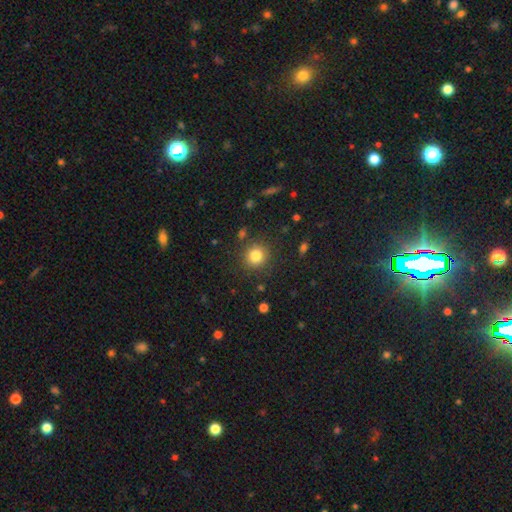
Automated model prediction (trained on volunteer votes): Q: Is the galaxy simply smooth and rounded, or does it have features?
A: smooth — 82%.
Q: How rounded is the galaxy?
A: round — 91%.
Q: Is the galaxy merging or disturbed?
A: none — 87%.